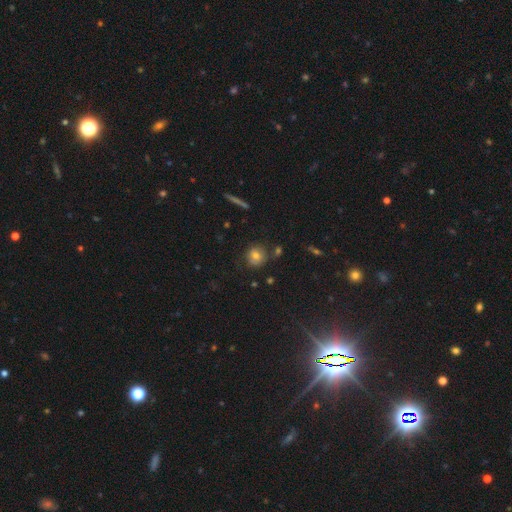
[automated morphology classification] Smooth or featured? smooth (73%)
How rounded? round (86%)
Merging? none (79%)